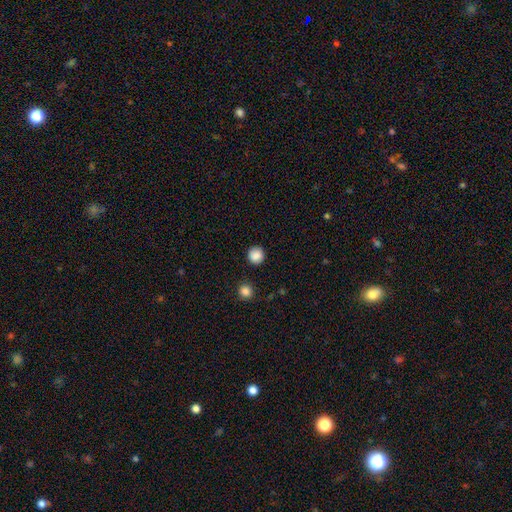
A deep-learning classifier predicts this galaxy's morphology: Smooth or featured? smooth (88%)
How rounded? round (93%)
Merging? none (91%)